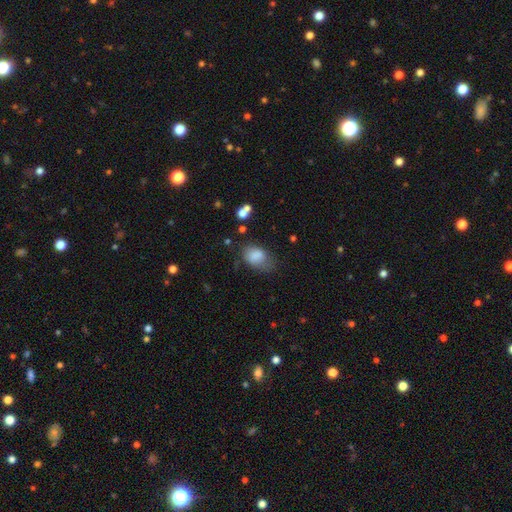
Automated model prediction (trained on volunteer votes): This appears to be a smooth galaxy with no disk features (80%) that is in between round and cigar-shaped (79%). Merging: none (48%).